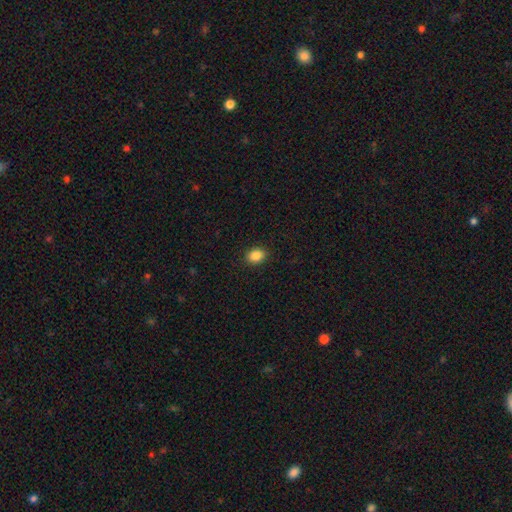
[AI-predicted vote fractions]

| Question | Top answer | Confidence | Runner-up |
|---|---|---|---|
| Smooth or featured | smooth | 87% | star or artifact (9%) |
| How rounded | in between | 61% | round (38%) |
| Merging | none | 90% | minor disturbance (7%) |